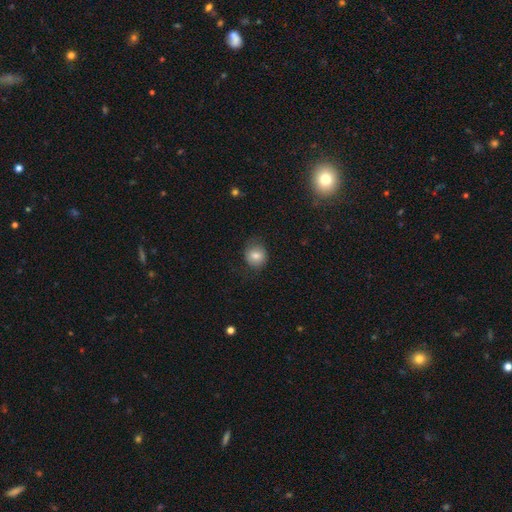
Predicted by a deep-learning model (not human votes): Q: Smooth or featured?
A: smooth (78%); runner-up: featured or disk (13%)
Q: How rounded?
A: round (74%); runner-up: in between (26%)
Q: Merging?
A: none (72%); runner-up: minor disturbance (19%)